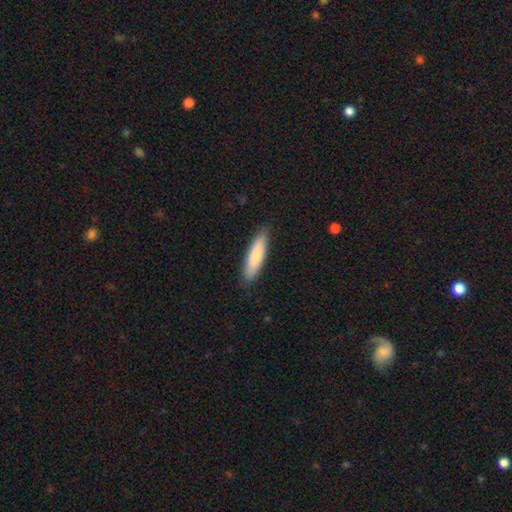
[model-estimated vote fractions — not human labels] This is clearly a smooth galaxy (82%). How rounded: likely cigar-shaped (70%). Merging: clearly none (87%).